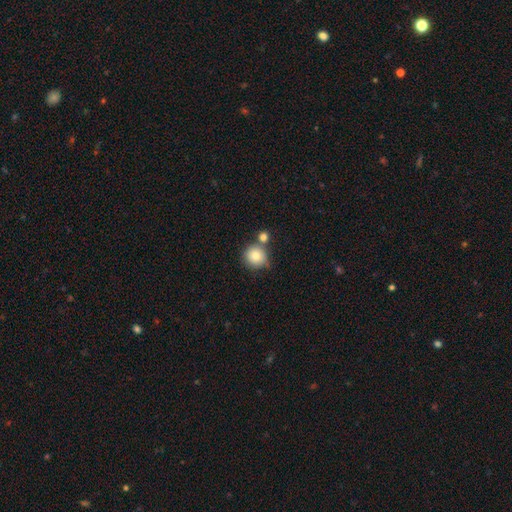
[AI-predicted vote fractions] Smooth or featured? smooth (82%)
How rounded? round (91%)
Merging? none (62%)